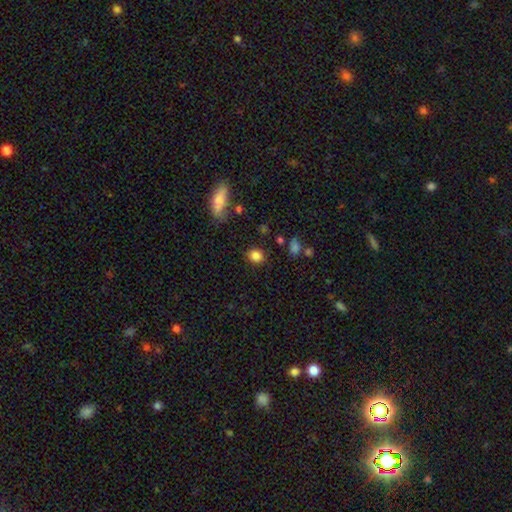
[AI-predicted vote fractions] A smooth galaxy with no disk features (85%) that is round (71%). Merging: none (85%).